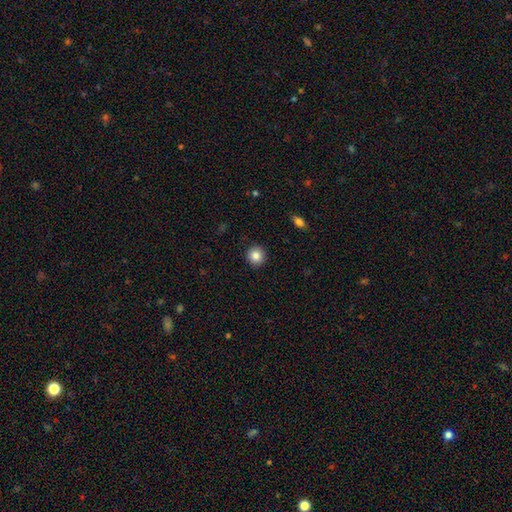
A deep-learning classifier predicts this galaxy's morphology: smooth-or-featured: smooth: 85% | star or artifact: 9% | featured or disk: 6%
  how-rounded: round: 93% | in between: 6% | cigar-shaped: 1%
  merging: none: 92% | minor disturbance: 5% | major disturbance: 2% | merger: 1%